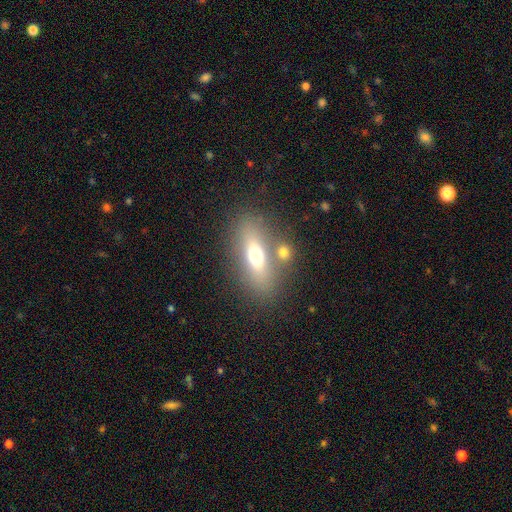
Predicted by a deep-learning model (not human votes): Smooth or featured?
  - smooth: 59% *
  - featured or disk: 29%
  - star or artifact: 11%
How rounded?
  - in between: 67% *
  - cigar-shaped: 24%
  - round: 8%
Merging?
  - none: 62% *
  - merger: 22%
  - minor disturbance: 11%
  - major disturbance: 5%